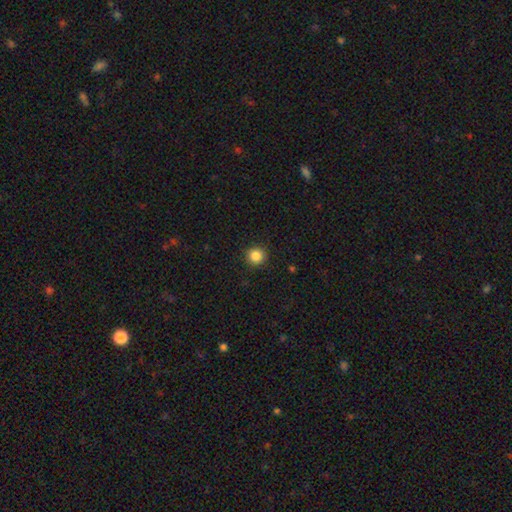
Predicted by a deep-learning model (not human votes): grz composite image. It shows a smooth galaxy with no disk features (85%) that is round (94%). Merging: none (92%).